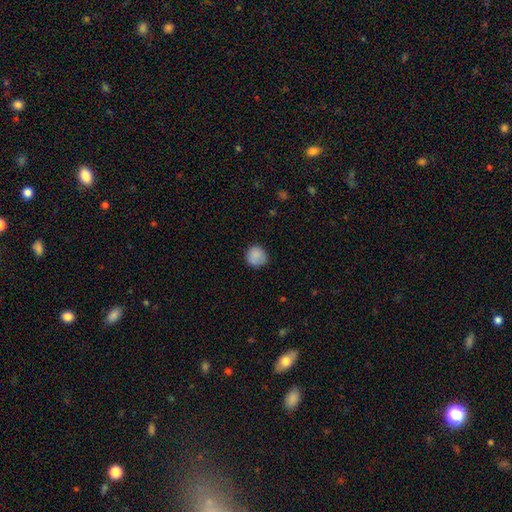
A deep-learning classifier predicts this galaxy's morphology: A smooth galaxy with no disk features (87%) that is round (90%). Merging: none (80%).